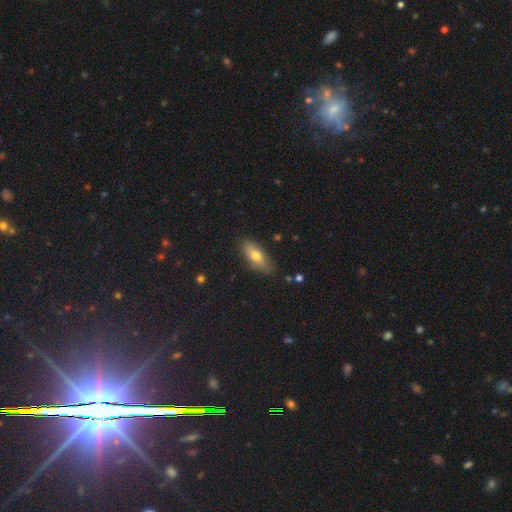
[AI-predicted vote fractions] Smooth or featured? Predicted: smooth (p=0.71). How rounded? Predicted: in between (p=0.79). Merging? Predicted: none (p=0.82).